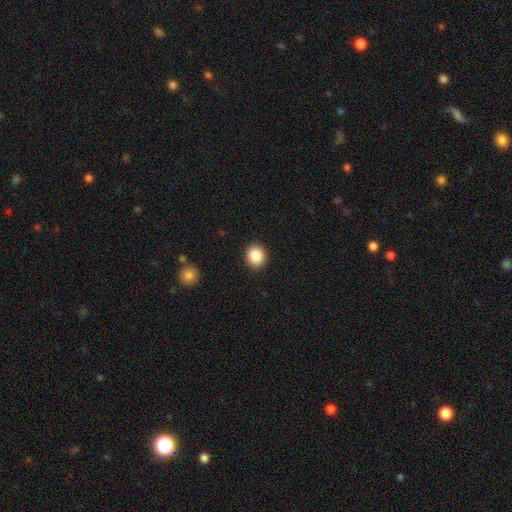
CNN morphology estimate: type=smooth (89%); roundness=round (63%); merging=none (91%).